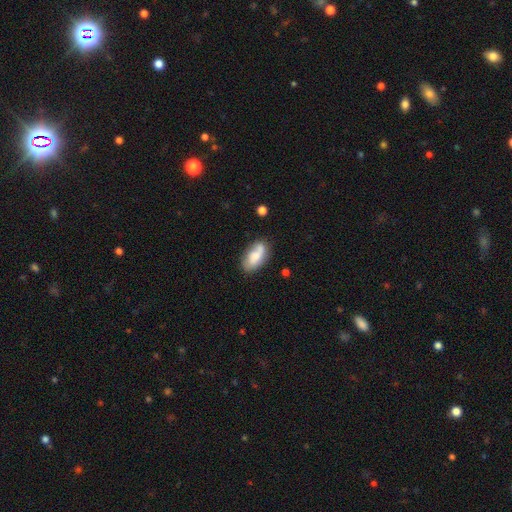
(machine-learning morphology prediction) The model was most divided on "merging": none: 59%, minor disturbance: 24%, merger: 9%, major disturbance: 8%. More confident: how rounded — in between (91%); smooth or featured — smooth (65%).